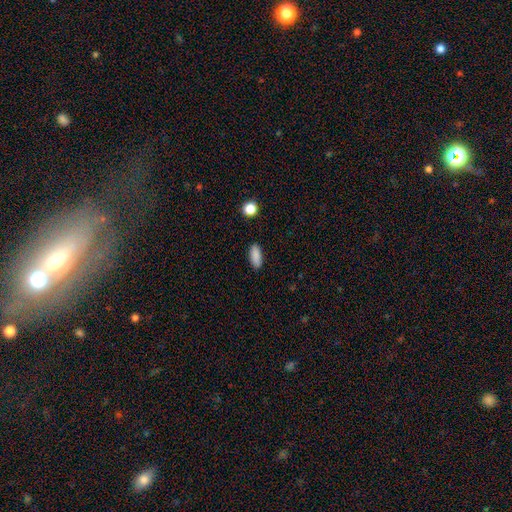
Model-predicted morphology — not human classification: Overall: smooth (88%). How rounded: in between (79%). Merging: none (89%).